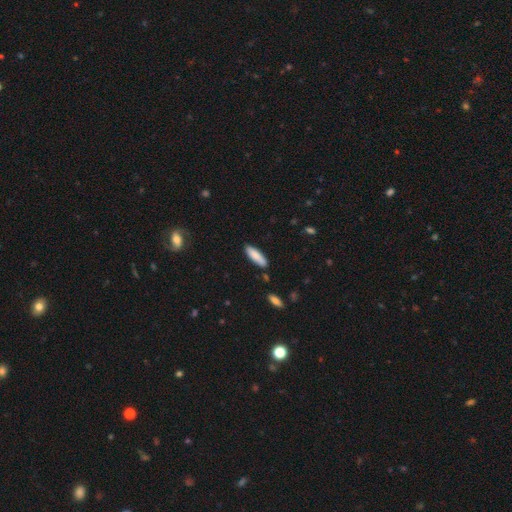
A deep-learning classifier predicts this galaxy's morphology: Overall: smooth (86%). How rounded: cigar-shaped (54%; in between 44%). Merging: none (84%).